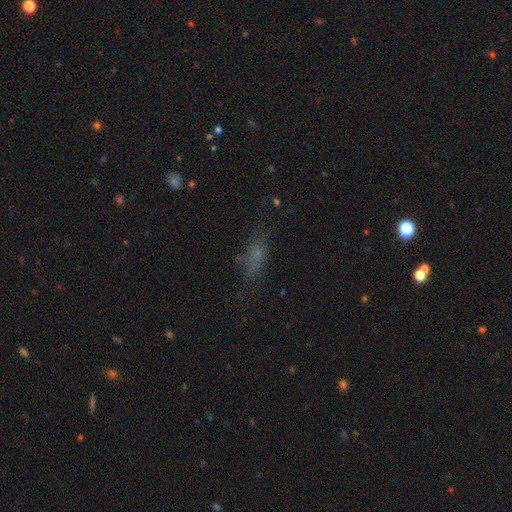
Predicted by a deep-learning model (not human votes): A smooth galaxy with no disk features (62%) that is in between round and cigar-shaped (51%). Merging: none (65%).